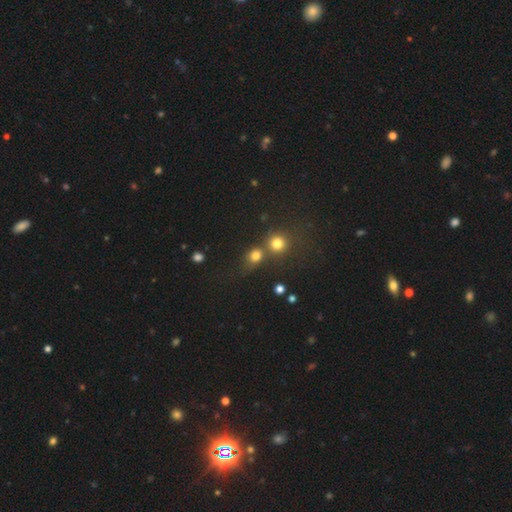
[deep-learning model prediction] Morphology: type=smooth (77%); roundness=round (76%); merging=none (50%).